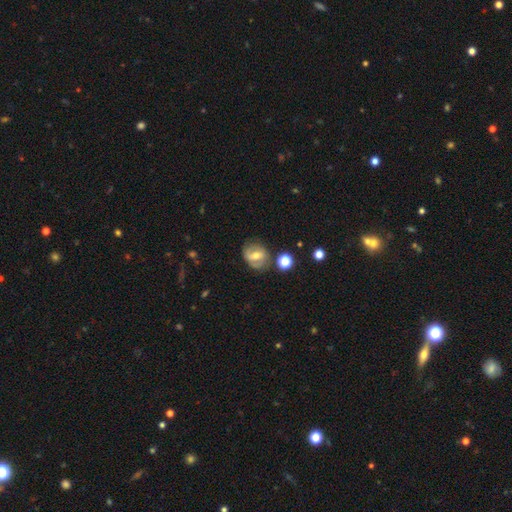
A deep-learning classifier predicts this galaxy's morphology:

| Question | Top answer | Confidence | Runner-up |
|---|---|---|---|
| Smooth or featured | featured or disk | 48% | smooth (42%) |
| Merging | none | 67% | minor disturbance (19%) |